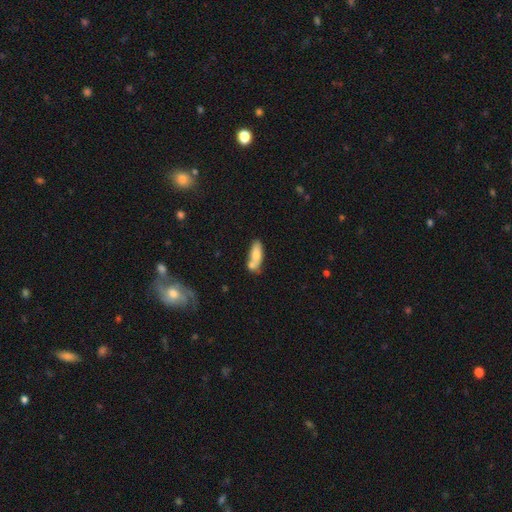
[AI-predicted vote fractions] Smooth or featured: smooth — 71% (featured or disk — 23%)
How rounded: in between — 65% (cigar-shaped — 33%)
Merging: none — 43% (merger — 35%)